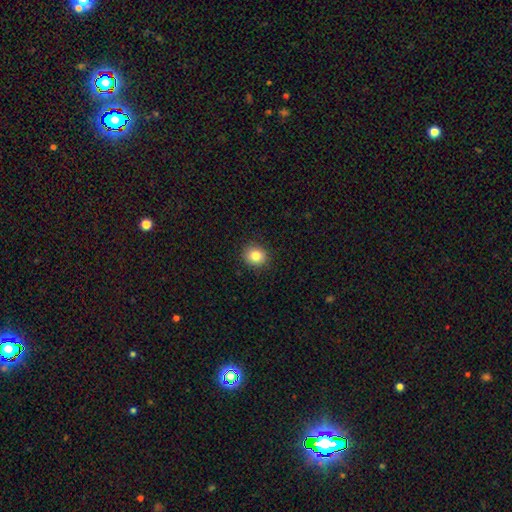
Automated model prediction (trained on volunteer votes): Smooth or featured: smooth — 83% (star or artifact — 10%)
How rounded: round — 80% (in between — 19%)
Merging: none — 91% (minor disturbance — 6%)